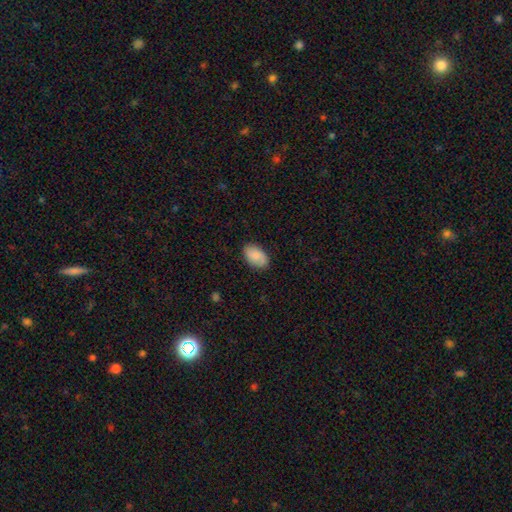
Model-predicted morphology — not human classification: Overall: smooth (84%). How rounded: in between (93%). Merging: none (84%).